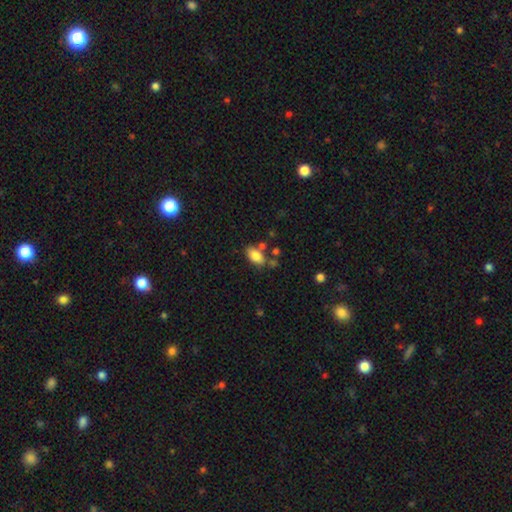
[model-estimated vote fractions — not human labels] The model was most divided on "merging": none: 68%, minor disturbance: 16%, merger: 12%, major disturbance: 4%. More confident: how rounded — in between (91%); smooth or featured — smooth (82%).